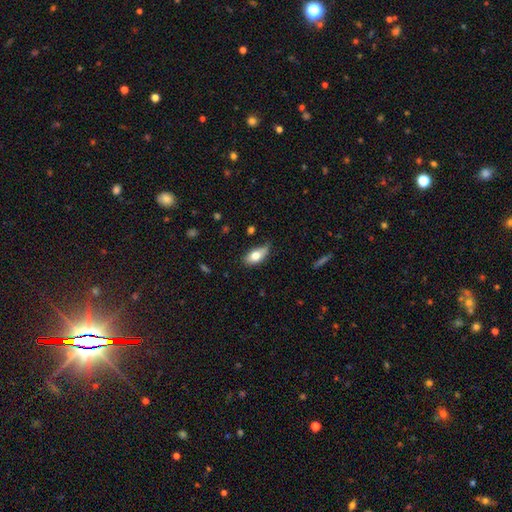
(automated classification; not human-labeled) smooth 75%, featured or disk 18%, star or artifact 7%. Down the decision tree: how rounded — in between (87%); merging — none (62%).